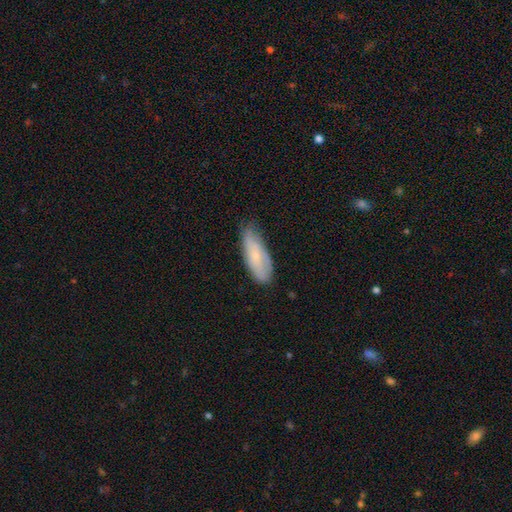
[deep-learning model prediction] Smooth or featured?
  - smooth: 60% *
  - featured or disk: 32%
  - star or artifact: 7%
How rounded?
  - in between: 68% *
  - cigar-shaped: 29%
  - round: 2%
Merging?
  - none: 62% *
  - minor disturbance: 31%
  - major disturbance: 6%
  - merger: 2%